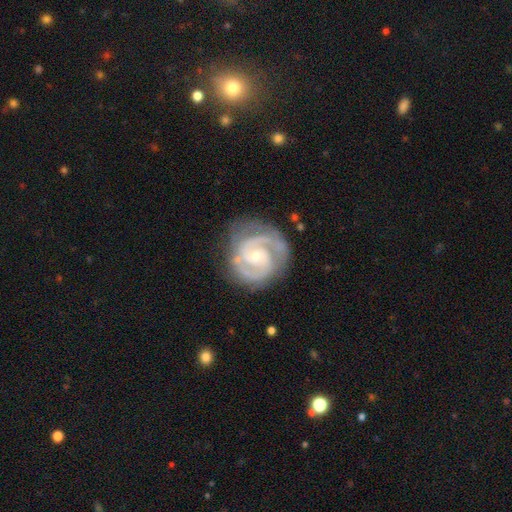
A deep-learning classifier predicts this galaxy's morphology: A featured or disk galaxy (90%) with no bar (58%), 2 (66%) tight (60%) spiral arms (97%) and a small central bulge (68%). Merging: none (74%).